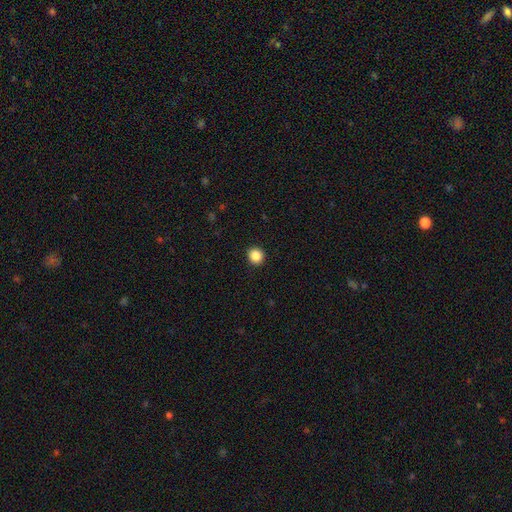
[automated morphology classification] Smooth or featured?
  - smooth: 87% *
  - star or artifact: 10%
  - featured or disk: 3%
How rounded?
  - round: 93% *
  - in between: 6%
  - cigar-shaped: 1%
Merging?
  - none: 93% *
  - minor disturbance: 4%
  - major disturbance: 2%
  - merger: 1%